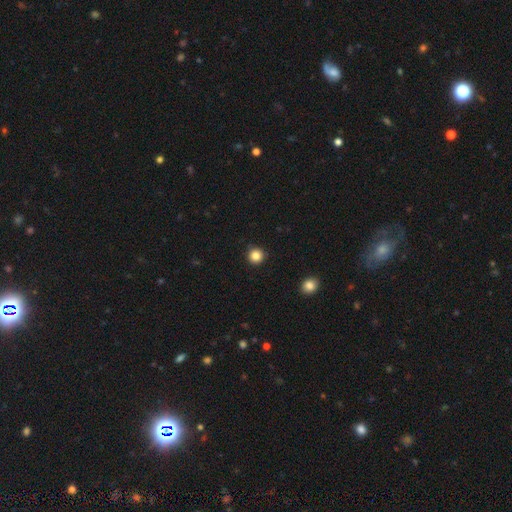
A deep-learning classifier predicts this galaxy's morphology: Overall: smooth (84%). How rounded: round (95%). Merging: none (92%).